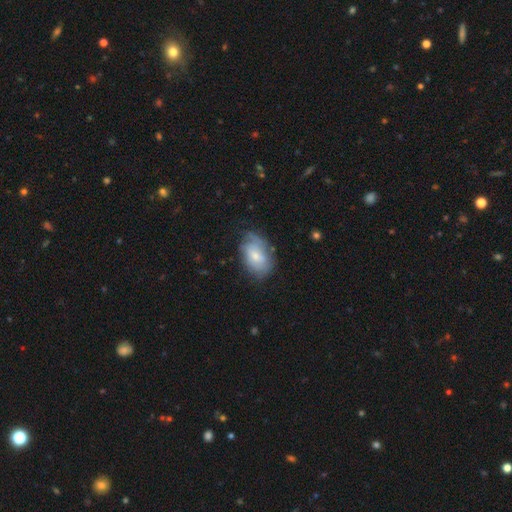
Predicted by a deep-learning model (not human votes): A smooth galaxy with no disk features (53%) that is in between round and cigar-shaped (89%). Merging: none (57%).